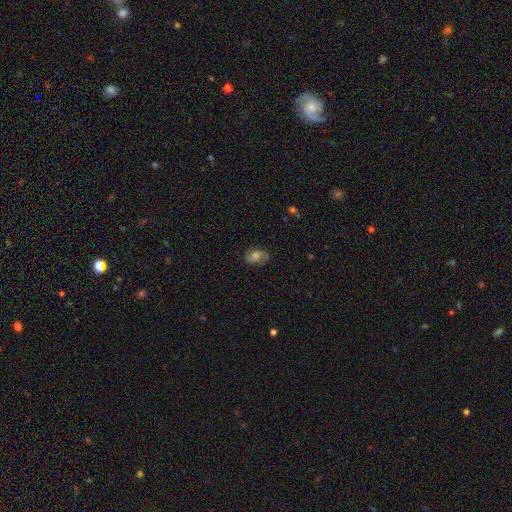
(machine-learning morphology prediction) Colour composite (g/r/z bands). It shows a featured or disk galaxy (52%). Merging: none (75%).